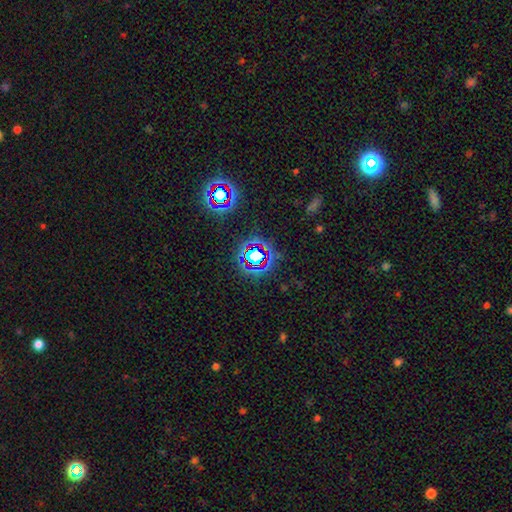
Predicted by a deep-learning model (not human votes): Smooth or featured? Predicted: star or artifact (p=0.72).